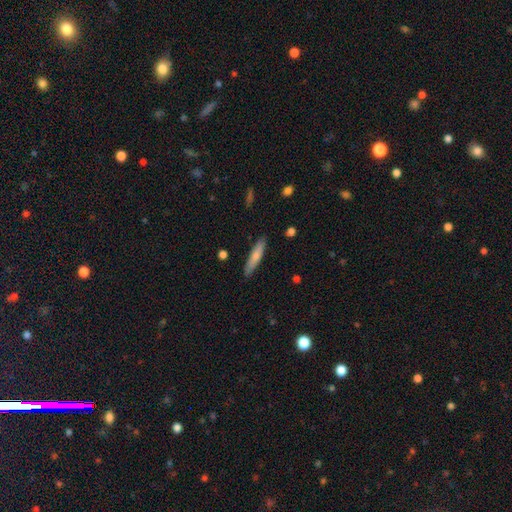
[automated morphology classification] Smooth or featured? smooth (71%)
How rounded? cigar-shaped (86%)
Merging? none (87%)